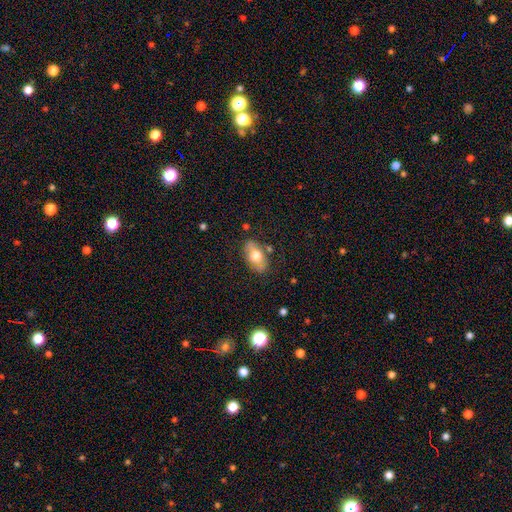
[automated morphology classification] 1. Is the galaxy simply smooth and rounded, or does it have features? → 63% smooth, 30% featured or disk, 7% star or artifact.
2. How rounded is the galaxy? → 89% in between, 9% round, 3% cigar-shaped.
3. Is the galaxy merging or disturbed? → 74% none, 18% minor disturbance, 5% major disturbance, 3% merger.